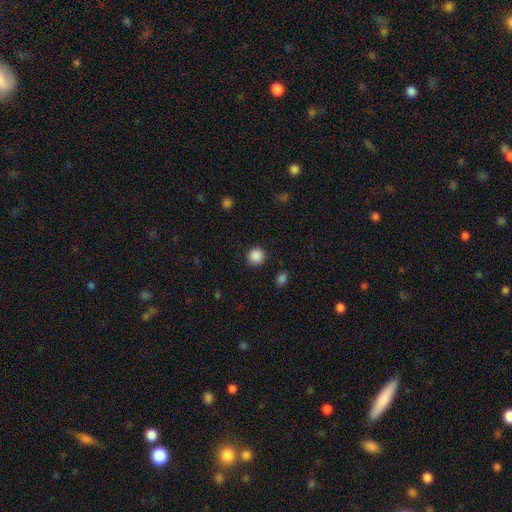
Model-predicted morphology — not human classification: This is clearly a smooth galaxy (88%). How rounded: clearly round (91%). Merging: clearly none (90%).